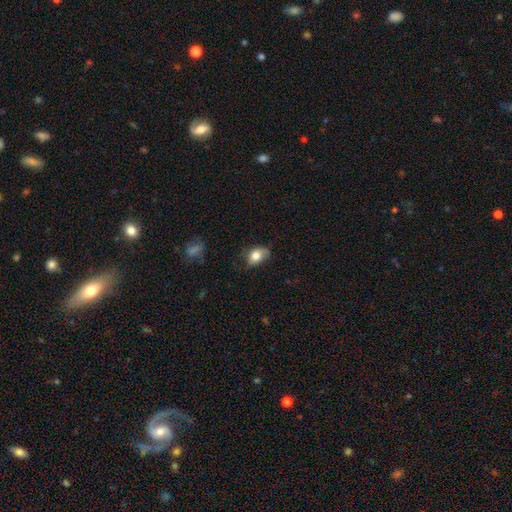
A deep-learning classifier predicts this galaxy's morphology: The model was most divided on "merging": none: 54%, minor disturbance: 34%, major disturbance: 10%, merger: 2%. More confident: smooth or featured — smooth (78%); how rounded — in between (76%).